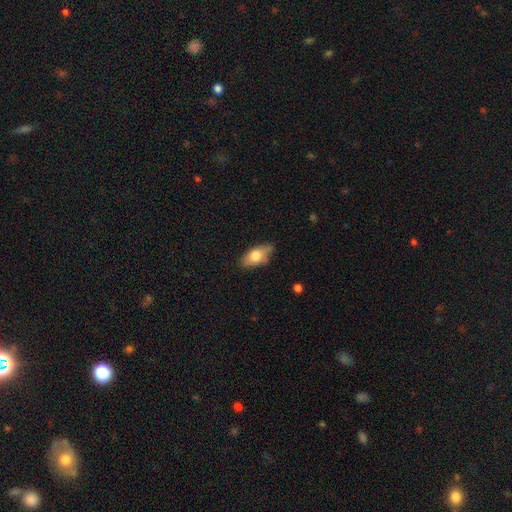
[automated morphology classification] The model was most divided on "merging": none: 65%, minor disturbance: 27%, major disturbance: 5%, merger: 3%. More confident: how rounded — in between (88%); smooth or featured — smooth (70%).